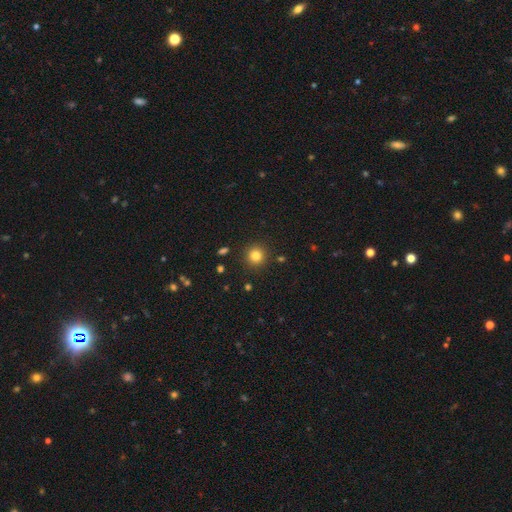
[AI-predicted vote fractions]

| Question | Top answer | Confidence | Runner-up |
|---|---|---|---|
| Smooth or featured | smooth | 82% | star or artifact (12%) |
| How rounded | round | 93% | in between (6%) |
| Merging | none | 90% | minor disturbance (6%) |